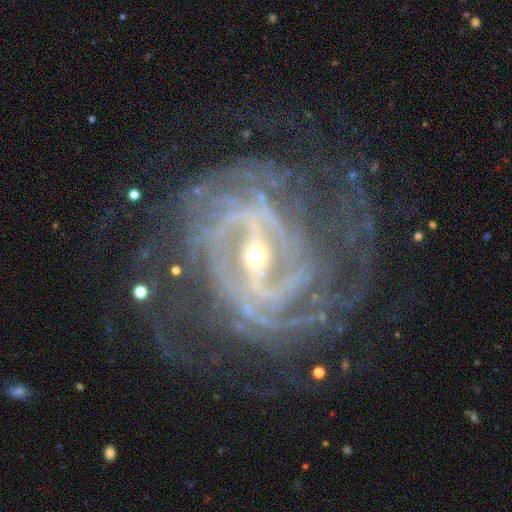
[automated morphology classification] Q: Smooth or featured?
A: featured or disk (92%); runner-up: star or artifact (5%)
Q: Edge-on disk?
A: no (96%); runner-up: yes (4%)
Q: Bar?
A: strong (64%); runner-up: weak (28%)
Q: Spiral arms?
A: yes (96%); runner-up: no (4%)
Q: Spiral winding?
A: tight (63%); runner-up: medium (29%)
Q: Spiral arm count?
A: can't tell (28%); runner-up: 2 (20%)
Q: Bulge size?
A: small (71%); runner-up: moderate (26%)
Q: Merging?
A: none (69%); runner-up: minor disturbance (16%)